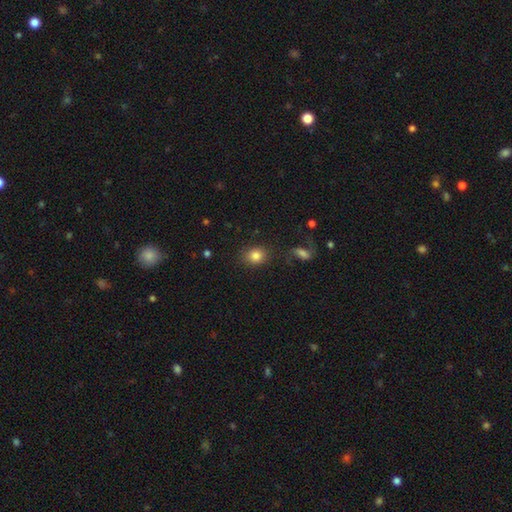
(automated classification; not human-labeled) Smooth or featured? Predicted: smooth (p=0.83). How rounded? Predicted: round (p=0.61). Merging? Predicted: none (p=0.82).